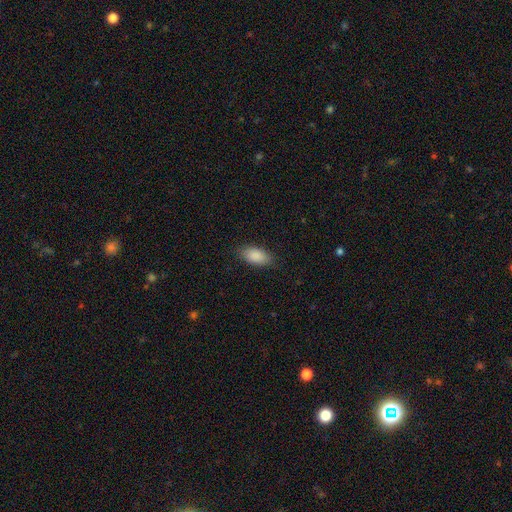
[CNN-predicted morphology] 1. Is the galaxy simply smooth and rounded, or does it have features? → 89% smooth, 6% star or artifact, 4% featured or disk.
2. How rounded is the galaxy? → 92% in between, 5% cigar-shaped, 3% round.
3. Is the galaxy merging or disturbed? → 85% none, 11% minor disturbance, 3% major disturbance, 1% merger.